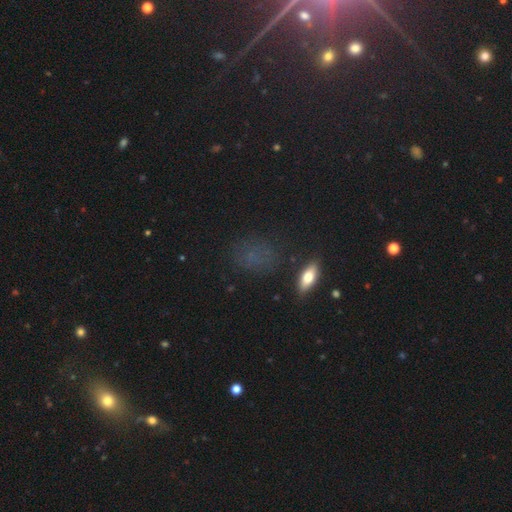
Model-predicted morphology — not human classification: Overall: smooth (56%; star or artifact 31%). How rounded: in between (55%; round 37%). Merging: none (74%).